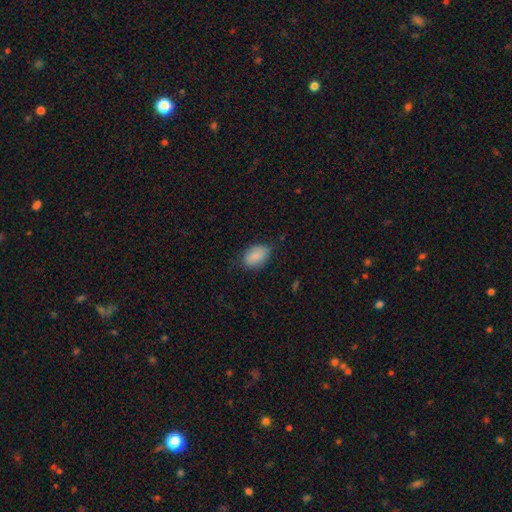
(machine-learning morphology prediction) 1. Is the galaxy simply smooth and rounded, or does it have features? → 88% smooth, 7% star or artifact, 5% featured or disk.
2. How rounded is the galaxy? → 85% in between, 14% round, 1% cigar-shaped.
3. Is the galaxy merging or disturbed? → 73% none, 21% minor disturbance, 5% major disturbance, 1% merger.